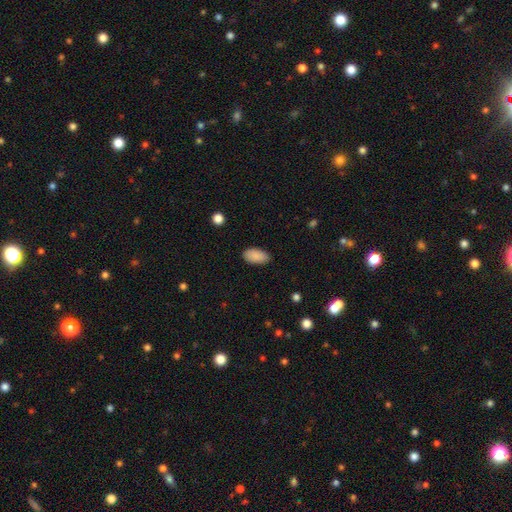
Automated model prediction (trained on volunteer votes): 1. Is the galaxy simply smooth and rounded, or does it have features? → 89% smooth, 7% star or artifact, 4% featured or disk.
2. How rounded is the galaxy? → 94% in between, 3% cigar-shaped, 3% round.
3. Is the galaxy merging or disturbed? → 86% none, 10% minor disturbance, 2% major disturbance, 1% merger.